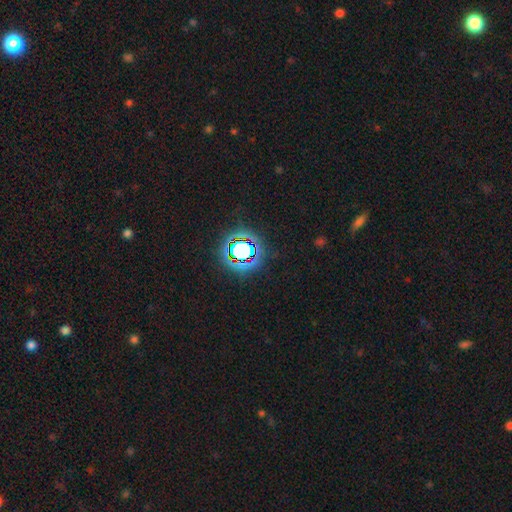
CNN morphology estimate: Smooth or featured? Predicted: star or artifact (p=0.80).